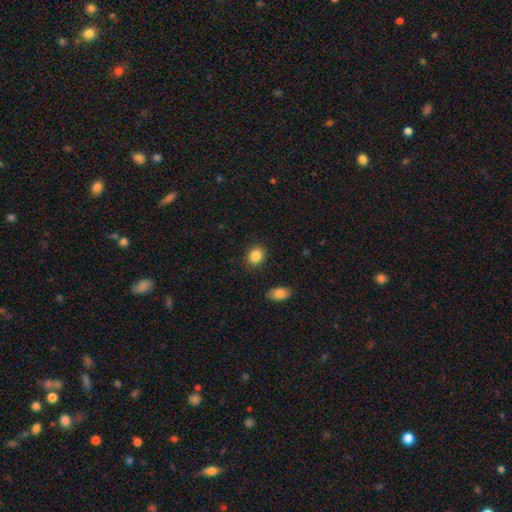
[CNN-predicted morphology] smooth 86%, star or artifact 9%, featured or disk 5%. Down the decision tree: how rounded — round (56%); merging — none (87%).